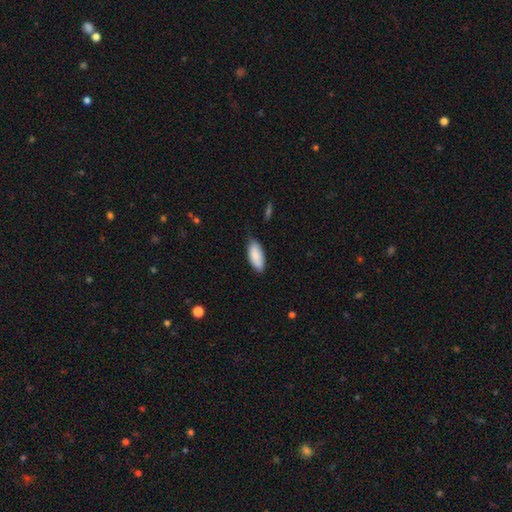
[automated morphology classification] This appears to be a smooth galaxy with no disk features (87%) that is in between round and cigar-shaped (84%). Merging: none (77%).